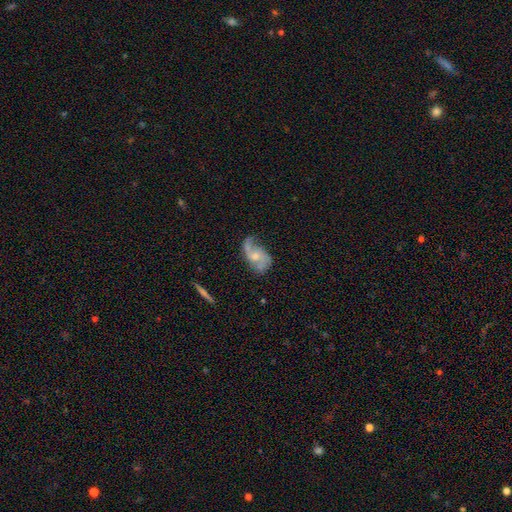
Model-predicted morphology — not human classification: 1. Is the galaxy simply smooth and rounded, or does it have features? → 78% featured or disk, 15% smooth, 7% star or artifact.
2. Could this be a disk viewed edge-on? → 96% no, 4% yes.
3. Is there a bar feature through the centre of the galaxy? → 63% no, 31% weak, 5% strong.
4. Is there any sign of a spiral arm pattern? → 92% yes, 8% no.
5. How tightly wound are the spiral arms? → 57% loose, 33% medium, 10% tight.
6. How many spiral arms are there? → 82% 2, 6% can't tell, 6% 1, 3% 3, 1% 4, 1% more than 4.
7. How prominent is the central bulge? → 49% small, 42% moderate, 6% none, 2% large, 1% dominant.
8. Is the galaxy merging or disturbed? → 52% none, 27% minor disturbance, 17% major disturbance, 4% merger.